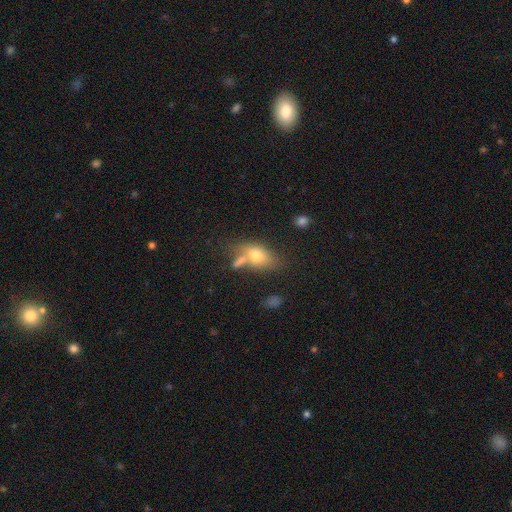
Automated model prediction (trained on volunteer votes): This is likely a smooth galaxy (68%). How rounded: clearly in between (80%). Merging: marginally none (43%).